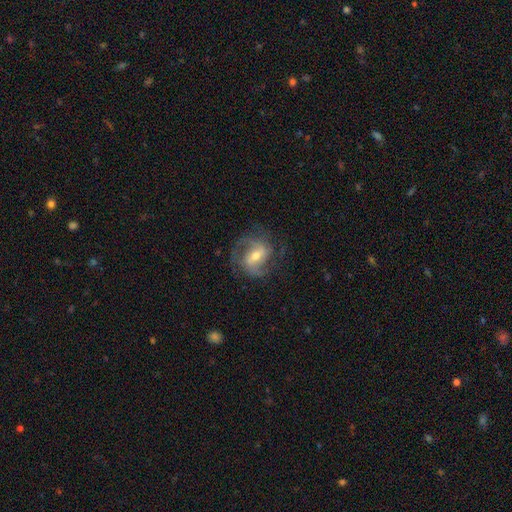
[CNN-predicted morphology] Smooth or featured? featured or disk (82%)
Edge-on disk? no (97%)
Bar? weak (47%)
Spiral arms? yes (93%)
Spiral winding? medium (52%)
Spiral arm count? 2 (66%)
Bulge size? moderate (59%)
Merging? none (68%)